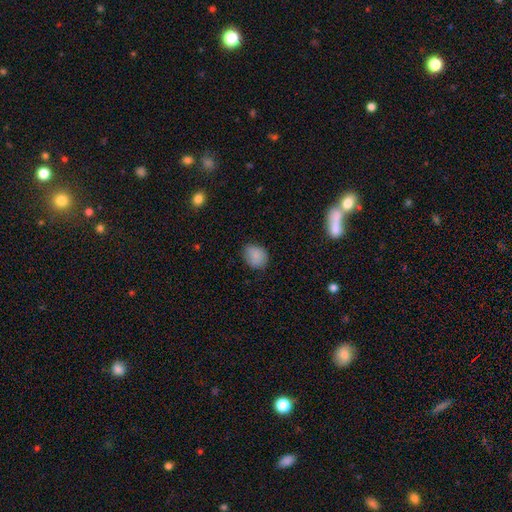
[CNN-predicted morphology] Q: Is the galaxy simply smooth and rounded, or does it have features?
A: smooth — 85%.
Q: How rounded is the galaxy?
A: round — 59%.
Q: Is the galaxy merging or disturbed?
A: none — 75%.